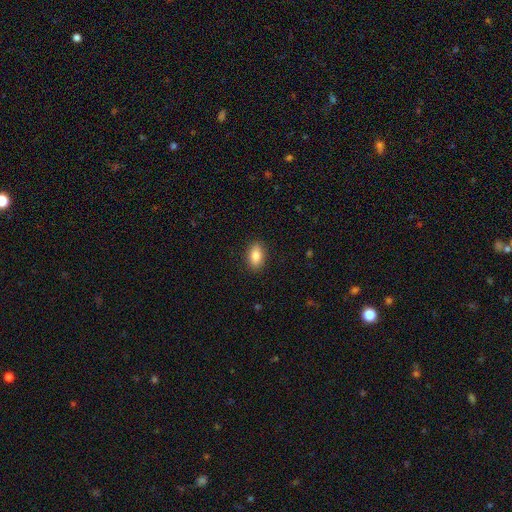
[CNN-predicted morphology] The model was most divided on "smooth or featured": smooth: 86%, star or artifact: 7%, featured or disk: 7%. More confident: how rounded — in between (90%); merging — none (89%).